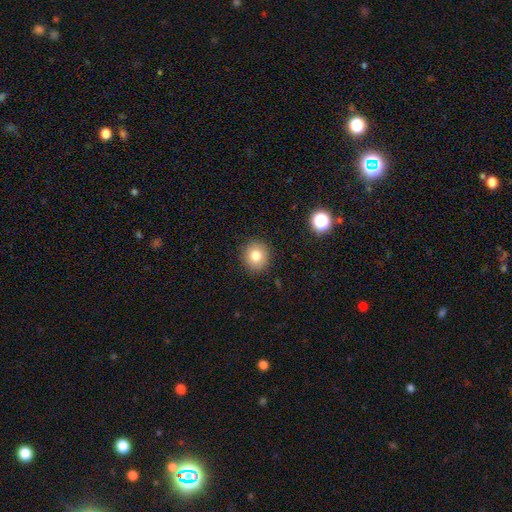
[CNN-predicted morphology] A smooth galaxy with no disk features (79%) that is round (87%). Merging: none (90%).